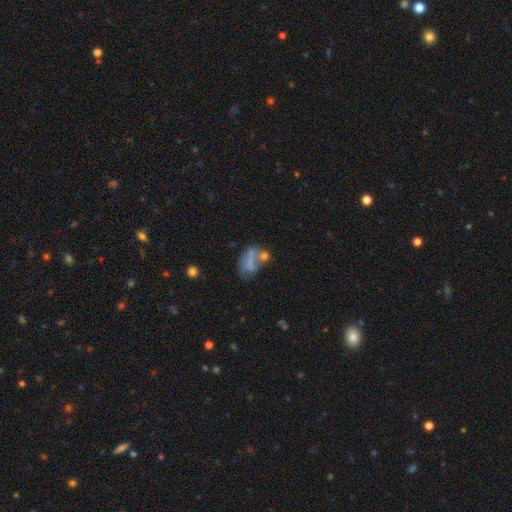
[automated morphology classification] Smooth or featured? smooth (48%)
Merging? none (33%)